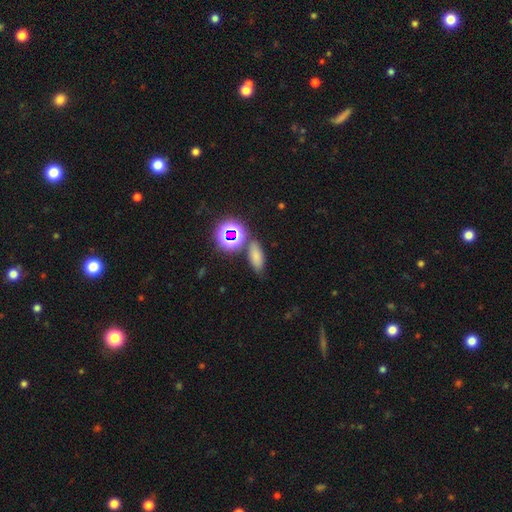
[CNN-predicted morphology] type=smooth (69%); roundness=in between (74%); merging=none (72%).